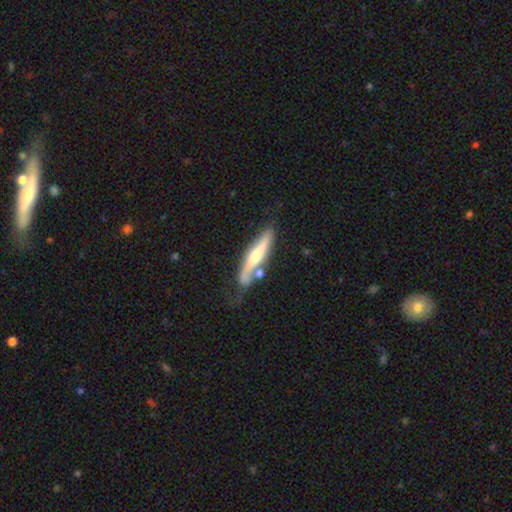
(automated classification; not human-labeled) This appears to be a featured or disk galaxy (62%) viewed edge-on (79%). Merging: none (55%).